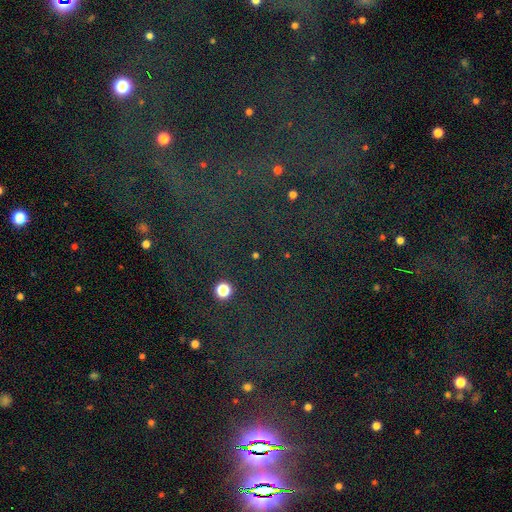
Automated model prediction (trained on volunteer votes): Q: Smooth or featured?
A: star or artifact (59%); runner-up: smooth (33%)